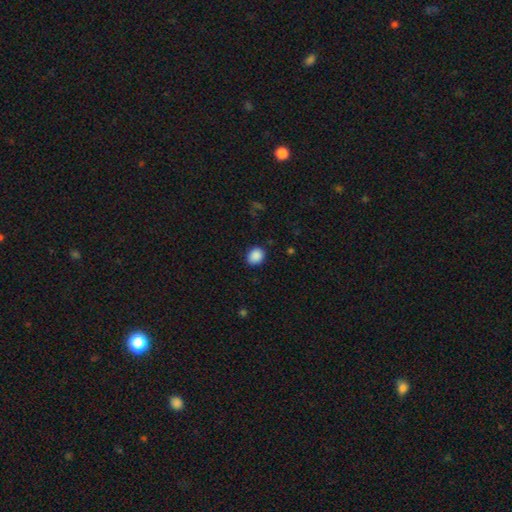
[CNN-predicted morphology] Q: Smooth or featured?
A: smooth (89%); runner-up: star or artifact (9%)
Q: How rounded?
A: round (55%); runner-up: in between (44%)
Q: Merging?
A: none (88%); runner-up: minor disturbance (9%)